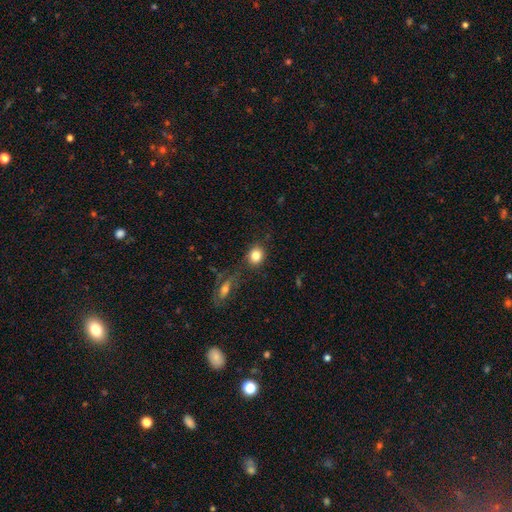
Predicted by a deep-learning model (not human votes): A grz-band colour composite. It shows a smooth galaxy with no disk features (82%) that is round (65%). Merging: none (77%).